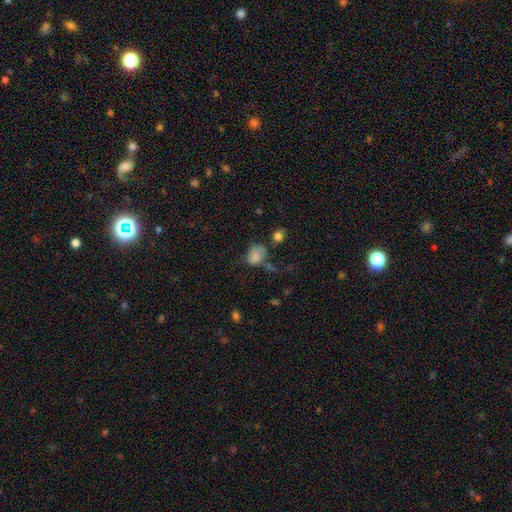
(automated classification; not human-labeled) A smooth galaxy with no disk features (76%) that is in between round and cigar-shaped (64%). Merging: none (35%).